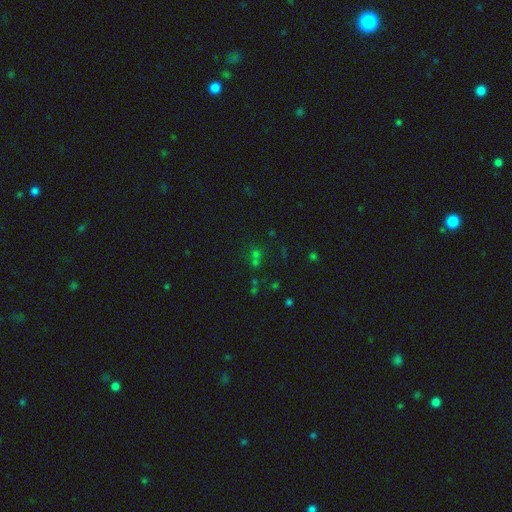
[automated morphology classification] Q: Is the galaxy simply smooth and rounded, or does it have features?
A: star or artifact — 53%.